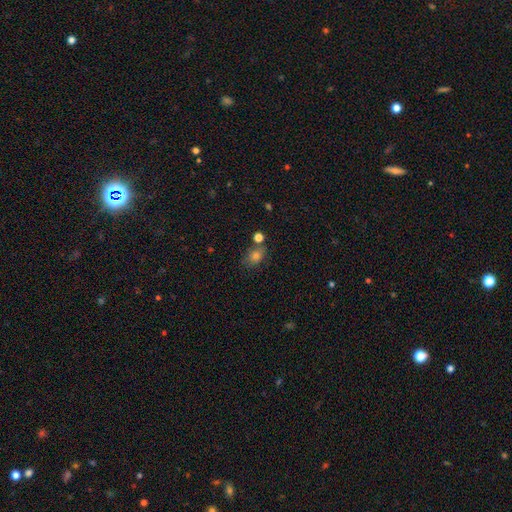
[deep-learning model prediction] smooth 72%, star or artifact 18%, featured or disk 10%. Down the decision tree: how rounded — in between (57%); merging — none (69%).